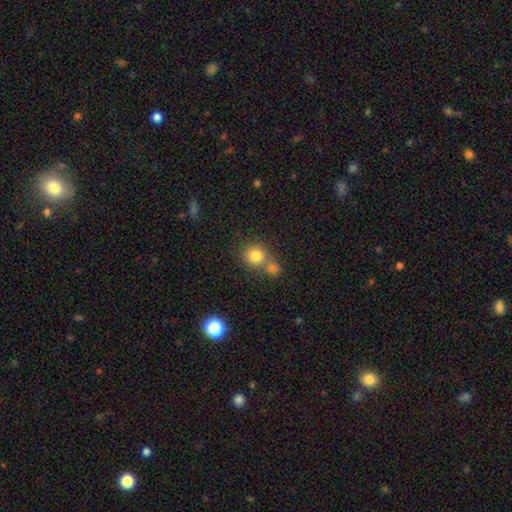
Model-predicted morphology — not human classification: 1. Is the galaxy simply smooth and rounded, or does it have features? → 80% smooth, 11% star or artifact, 9% featured or disk.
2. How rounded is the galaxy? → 84% round, 15% in between, 1% cigar-shaped.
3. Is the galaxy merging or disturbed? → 45% none, 43% merger, 9% minor disturbance, 3% major disturbance.